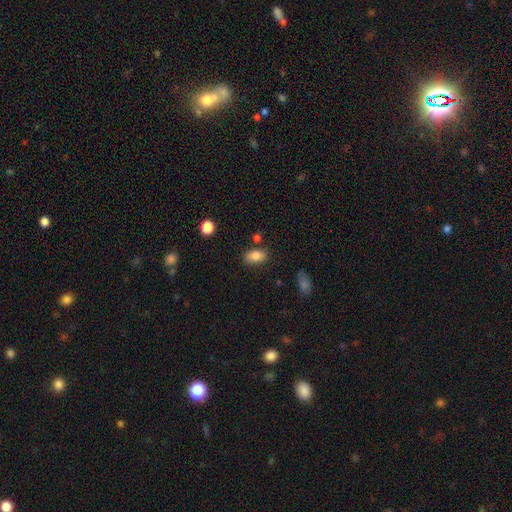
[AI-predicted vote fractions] This appears to be a smooth galaxy with no disk features (82%) that is in between round and cigar-shaped (88%). Merging: none (77%).